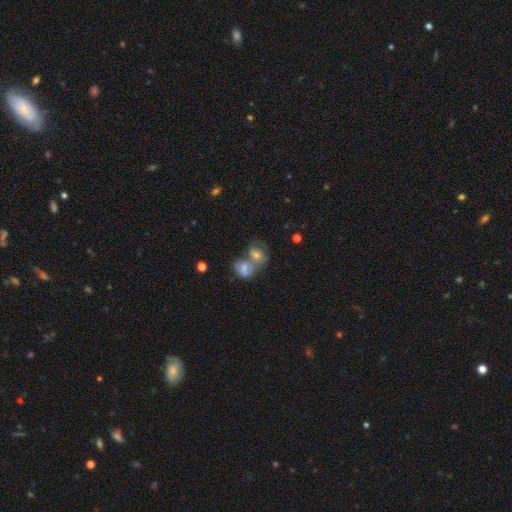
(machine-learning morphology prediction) Smooth or featured?
  - smooth: 44% *
  - featured or disk: 37%
  - star or artifact: 19%
Merging?
  - merger: 59% *
  - none: 30%
  - minor disturbance: 8%
  - major disturbance: 4%